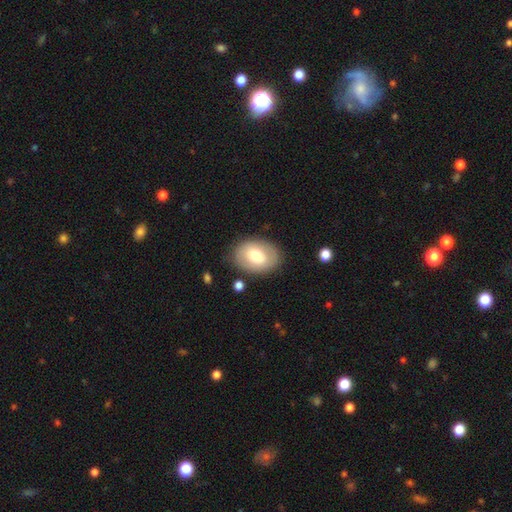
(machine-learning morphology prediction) Q: Smooth or featured?
A: smooth (67%); runner-up: featured or disk (27%)
Q: How rounded?
A: in between (79%); runner-up: round (20%)
Q: Merging?
A: none (82%); runner-up: minor disturbance (12%)